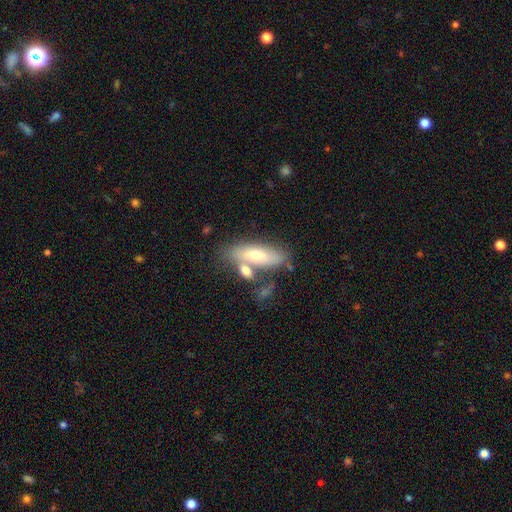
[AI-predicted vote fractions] Q: Smooth or featured?
A: smooth (60%); runner-up: featured or disk (33%)
Q: How rounded?
A: in between (58%); runner-up: cigar-shaped (39%)
Q: Merging?
A: none (56%); runner-up: merger (24%)